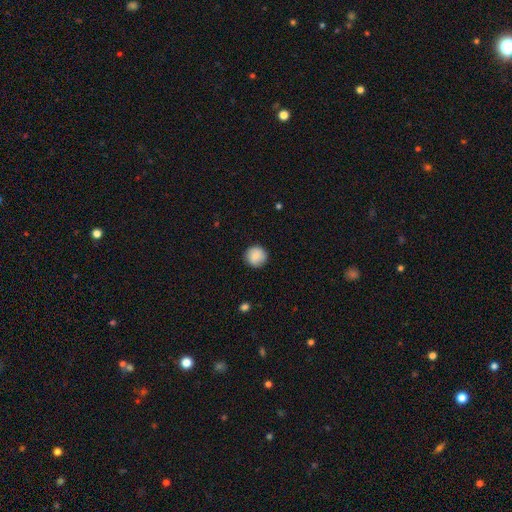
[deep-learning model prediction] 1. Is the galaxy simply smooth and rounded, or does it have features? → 87% smooth, 7% star or artifact, 6% featured or disk.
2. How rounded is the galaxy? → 95% round, 4% in between, 1% cigar-shaped.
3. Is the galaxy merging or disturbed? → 89% none, 8% minor disturbance, 2% major disturbance, 1% merger.